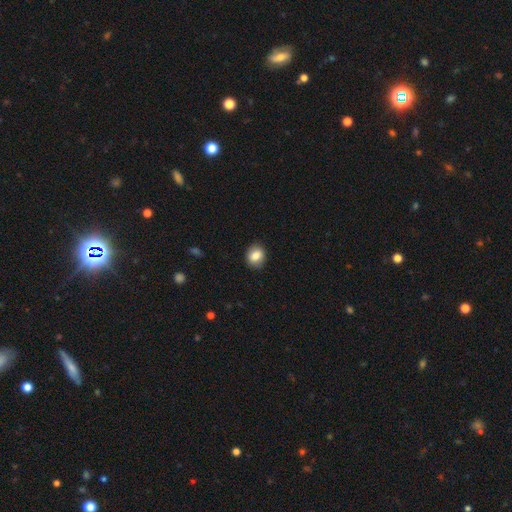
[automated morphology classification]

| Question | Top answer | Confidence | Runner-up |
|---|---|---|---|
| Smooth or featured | smooth | 83% | featured or disk (9%) |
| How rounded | round | 62% | in between (37%) |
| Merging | none | 88% | minor disturbance (9%) |